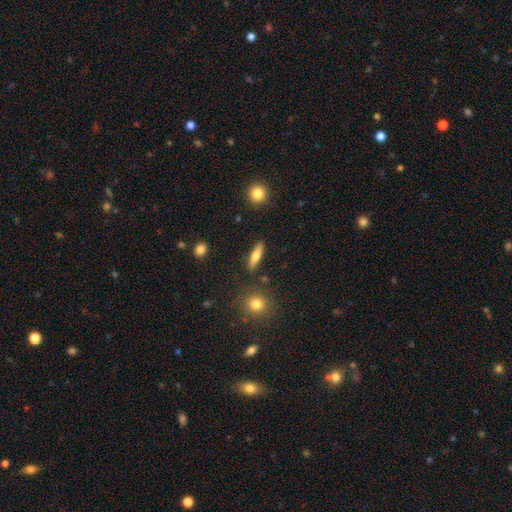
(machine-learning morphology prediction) Smooth or featured: smooth — 65% (featured or disk — 28%)
How rounded: cigar-shaped — 64% (in between — 31%)
Merging: none — 87% (minor disturbance — 8%)